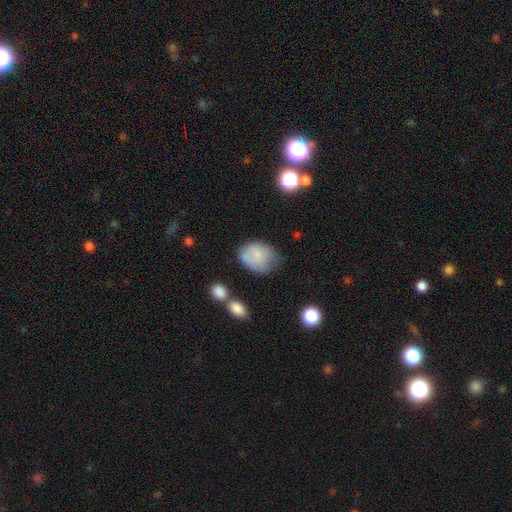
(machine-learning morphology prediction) type=smooth (75%); roundness=in between (60%); merging=none (48%).